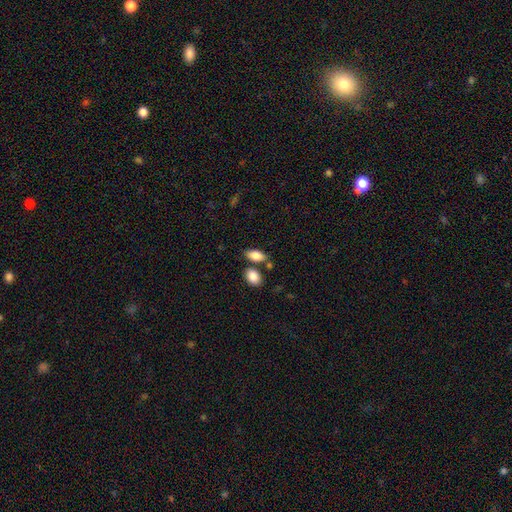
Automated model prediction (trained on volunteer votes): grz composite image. It shows a smooth galaxy with no disk features (85%) that is in between round and cigar-shaped (90%). Merging: none (68%).